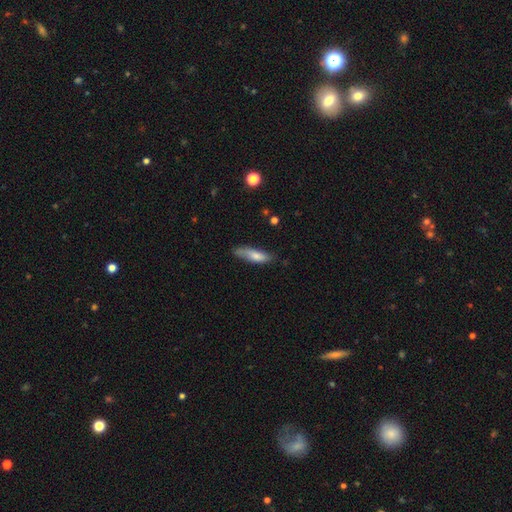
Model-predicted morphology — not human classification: A smooth galaxy with no disk features (76%) that is cigar-shaped (62%). Merging: none (65%).